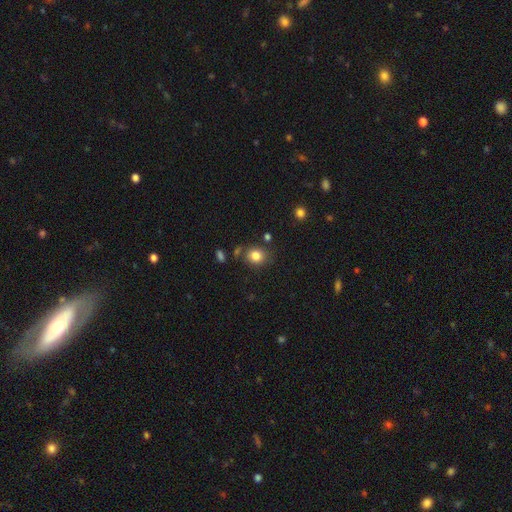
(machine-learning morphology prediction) type=smooth (83%); roundness=round (68%); merging=none (76%).